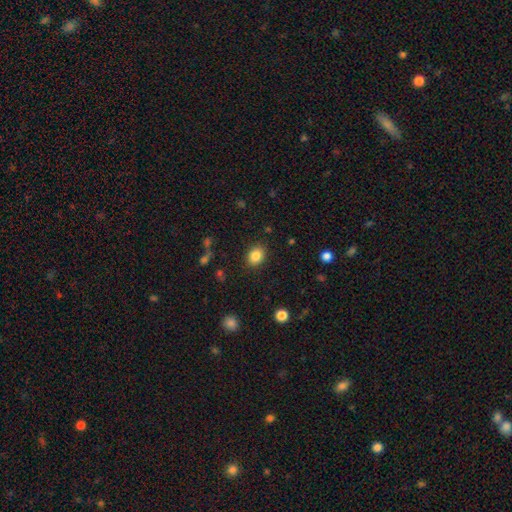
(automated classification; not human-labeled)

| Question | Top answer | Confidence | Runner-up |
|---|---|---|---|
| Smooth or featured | smooth | 84% | star or artifact (10%) |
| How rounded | round | 54% | in between (45%) |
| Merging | none | 87% | minor disturbance (9%) |